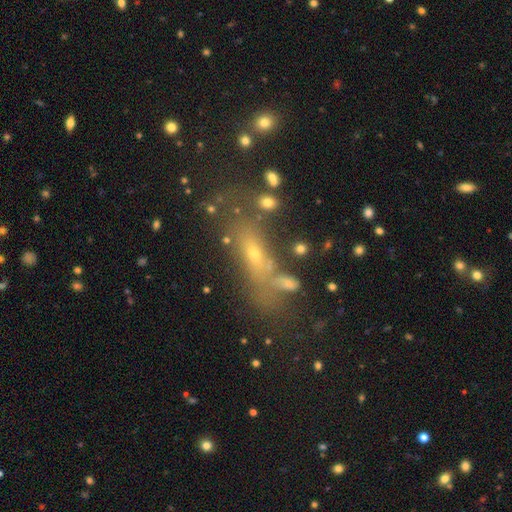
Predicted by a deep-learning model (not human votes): A smooth galaxy with no disk features (48%).

Vote fractions:
- Smooth or featured? smooth: 48% / featured or disk: 32% / star or artifact: 19%
- Merging? none: 51% / minor disturbance: 18% / merger: 16% / major disturbance: 15%